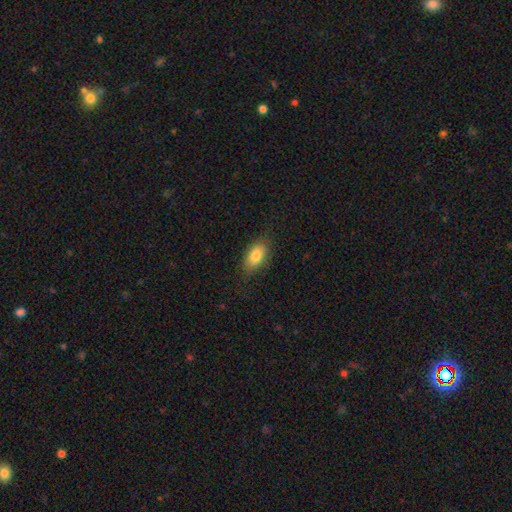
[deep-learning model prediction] Smooth or featured? smooth (82%)
How rounded? in between (90%)
Merging? none (80%)